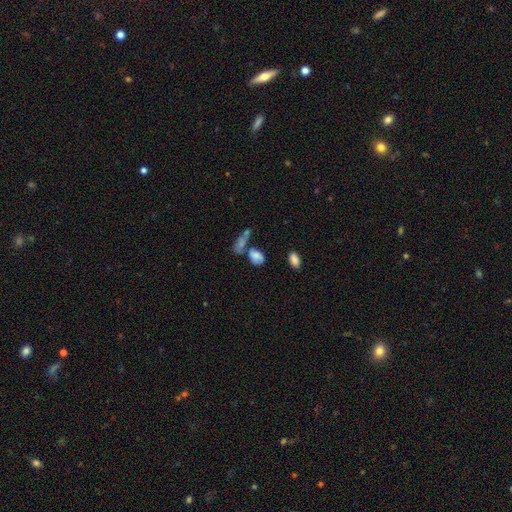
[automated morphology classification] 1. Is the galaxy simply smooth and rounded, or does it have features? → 71% smooth, 17% featured or disk, 12% star or artifact.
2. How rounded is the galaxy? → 75% in between, 19% round, 6% cigar-shaped.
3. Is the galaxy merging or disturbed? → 36% none (tied), 36% merger (tied), 17% minor disturbance, 11% major disturbance.